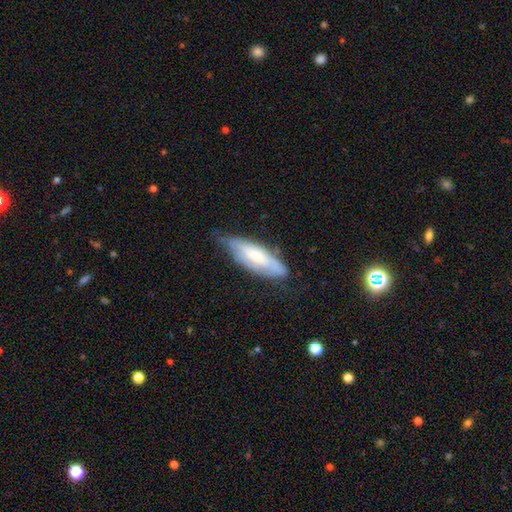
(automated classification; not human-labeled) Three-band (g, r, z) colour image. It shows a smooth galaxy with no disk features (48%). Merging: none (54%).